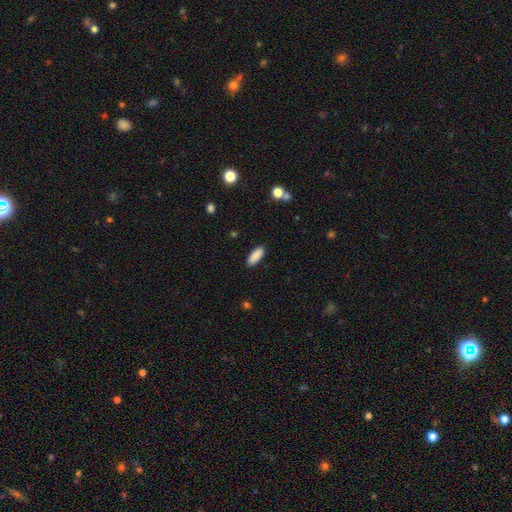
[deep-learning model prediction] This is clearly a smooth galaxy (89%). How rounded: likely in between (74%). Merging: clearly none (89%).